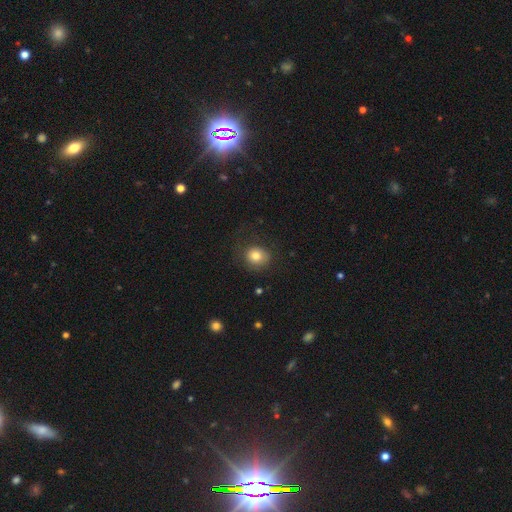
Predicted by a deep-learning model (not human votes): The model was most divided on "how rounded": round: 77%, in between: 22%, cigar-shaped: 1%. More confident: smooth or featured — smooth (79%); merging — none (73%).